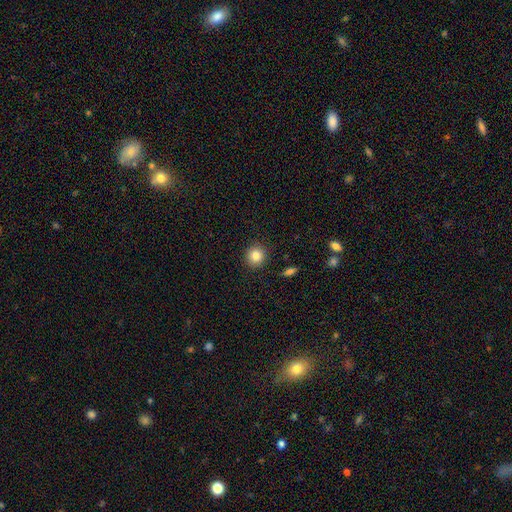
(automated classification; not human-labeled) A smooth galaxy with no disk features (84%) that is round (92%).

Vote fractions:
- Smooth or featured? smooth: 84% / star or artifact: 10% / featured or disk: 6%
- How rounded? round: 92% / in between: 7% / cigar-shaped: 1%
- Merging? none: 91% / minor disturbance: 6% / major disturbance: 2% / merger: 1%